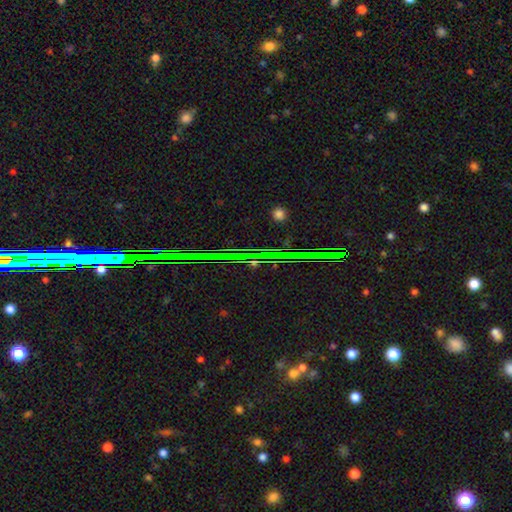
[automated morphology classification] This is likely a star or artifact rather than a galaxy (77%).